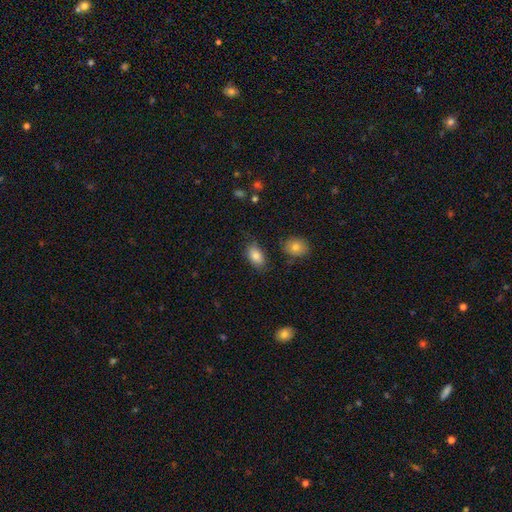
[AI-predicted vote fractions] Smooth or featured? smooth (84%)
How rounded? in between (90%)
Merging? none (73%)